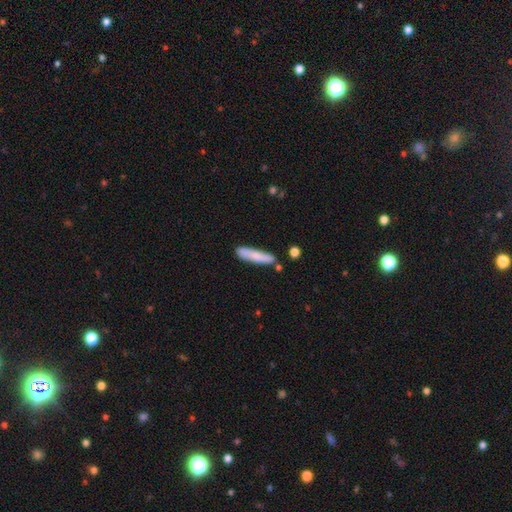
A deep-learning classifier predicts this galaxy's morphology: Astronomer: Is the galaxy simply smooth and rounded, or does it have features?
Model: smooth — 76%.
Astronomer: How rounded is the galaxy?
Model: cigar-shaped — 86%.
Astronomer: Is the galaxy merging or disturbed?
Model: none — 76%.